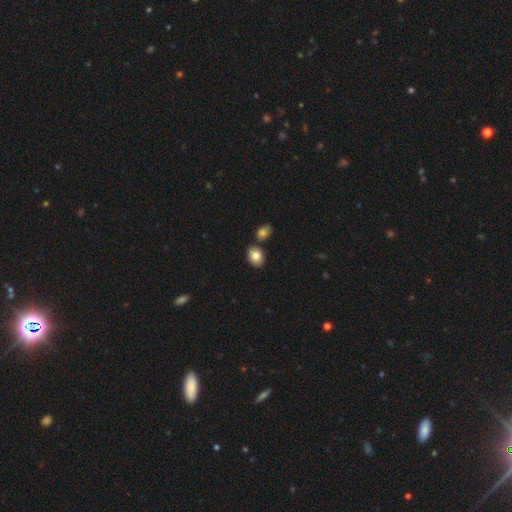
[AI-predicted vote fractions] A smooth galaxy with no disk features (82%) that is in between round and cigar-shaped (73%).

Vote fractions:
- Smooth or featured? smooth: 82% / featured or disk: 10% / star or artifact: 8%
- How rounded? in between: 73% / round: 26% / cigar-shaped: 1%
- Merging? none: 75% / merger: 12% / minor disturbance: 10% / major disturbance: 2%